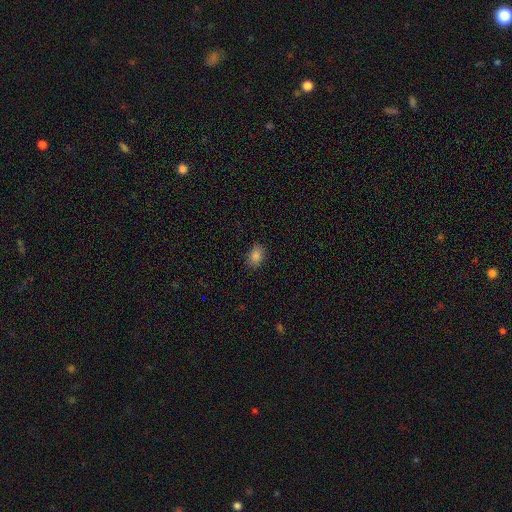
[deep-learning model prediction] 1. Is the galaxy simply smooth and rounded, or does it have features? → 85% smooth, 10% star or artifact, 5% featured or disk.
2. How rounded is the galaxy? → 82% in between, 16% round, 1% cigar-shaped.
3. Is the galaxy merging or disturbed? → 87% none, 10% minor disturbance, 2% major disturbance, 1% merger.